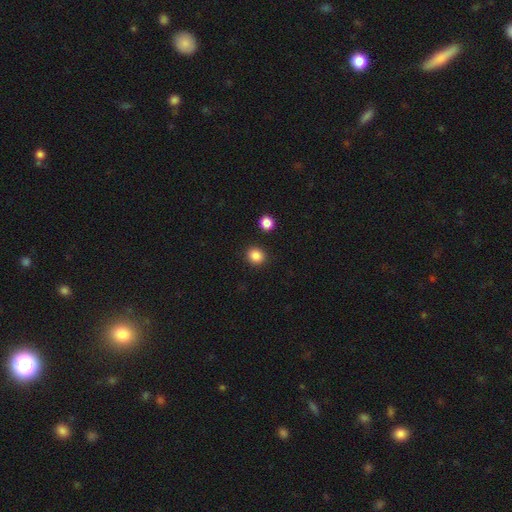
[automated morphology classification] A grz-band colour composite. It shows a smooth galaxy with no disk features (86%) that is round (78%). Merging: none (89%).